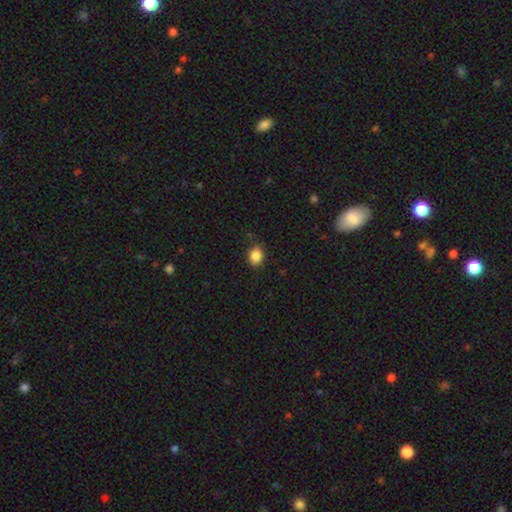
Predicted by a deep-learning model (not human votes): The model was most divided on "how rounded": round: 62%, in between: 37%, cigar-shaped: 1%. More confident: smooth or featured — smooth (87%); merging — none (85%).